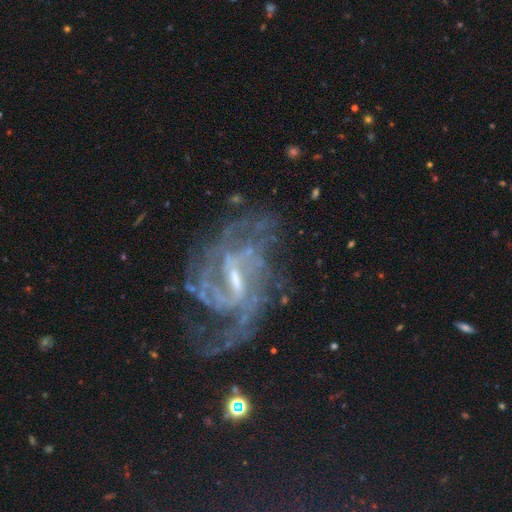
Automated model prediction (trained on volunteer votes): This appears to be a featured or disk galaxy (87%) with a weak bar (51%), medium (46%) spiral arms (94%) and a small central bulge (57%). Merging: none (52%).